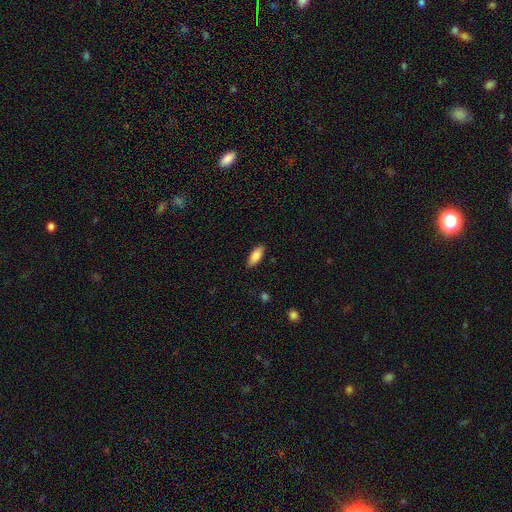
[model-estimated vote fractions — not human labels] A smooth galaxy with no disk features (80%) that is in between round and cigar-shaped (79%).

Vote fractions:
- Smooth or featured? smooth: 80% / featured or disk: 14% / star or artifact: 6%
- How rounded? in between: 79% / cigar-shaped: 19% / round: 2%
- Merging? none: 87% / minor disturbance: 10% / major disturbance: 2% / merger: 1%